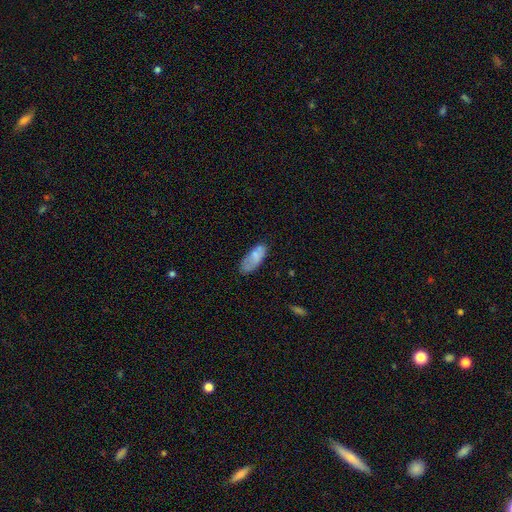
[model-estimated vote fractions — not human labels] The model was most divided on "merging": none: 57%, minor disturbance: 27%, major disturbance: 9%, merger: 6%. More confident: how rounded — in between (86%); smooth or featured — smooth (71%).